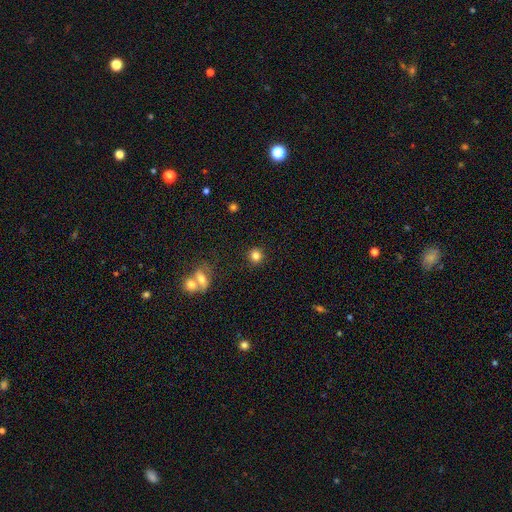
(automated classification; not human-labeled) smooth-or-featured: smooth: 83% | star or artifact: 11% | featured or disk: 6%
  how-rounded: round: 90% | in between: 9% | cigar-shaped: 1%
  merging: none: 88% | minor disturbance: 6% | merger: 4% | major disturbance: 2%